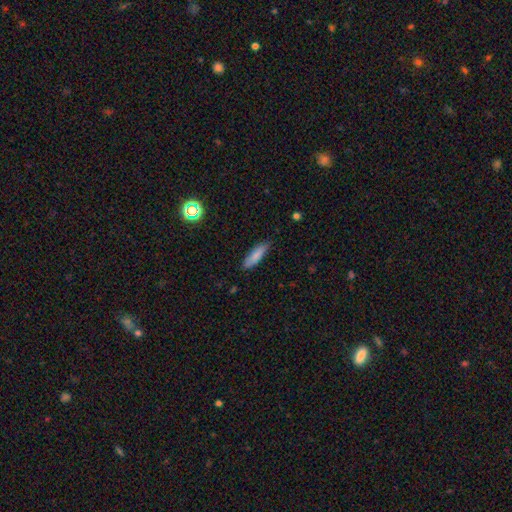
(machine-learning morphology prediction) smooth 82%, featured or disk 11%, star or artifact 7%. Down the decision tree: how rounded — cigar-shaped (60%); merging — none (84%).